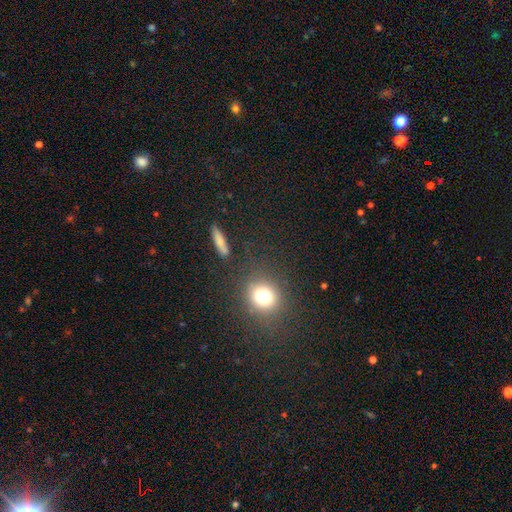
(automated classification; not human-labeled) smooth-or-featured: smooth: 58% | star or artifact: 34% | featured or disk: 8%
  how-rounded: round: 79% | in between: 19% | cigar-shaped: 2%
  merging: none: 84% | minor disturbance: 8% | merger: 5% | major disturbance: 4%